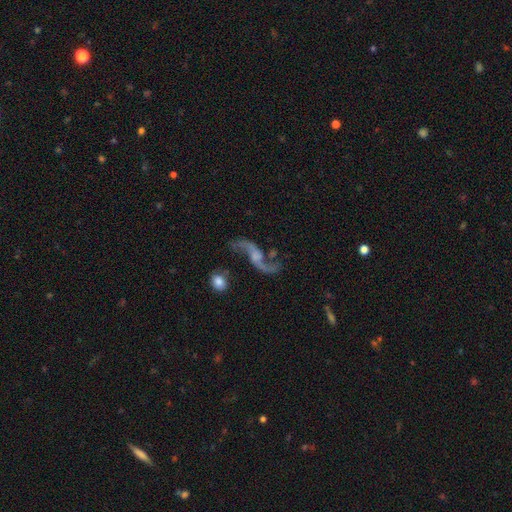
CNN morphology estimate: A featured or disk galaxy (88%) with no bar (53%), 2 (93%) loose (91%) spiral arms (96%) and a small central bulge (39%). Merging: none (67%).